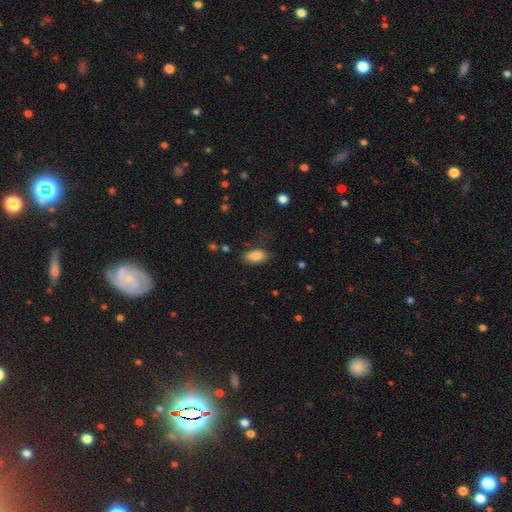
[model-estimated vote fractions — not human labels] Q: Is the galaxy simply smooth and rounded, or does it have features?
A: smooth — 86%.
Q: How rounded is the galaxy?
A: in between — 92%.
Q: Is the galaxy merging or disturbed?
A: none — 76%.